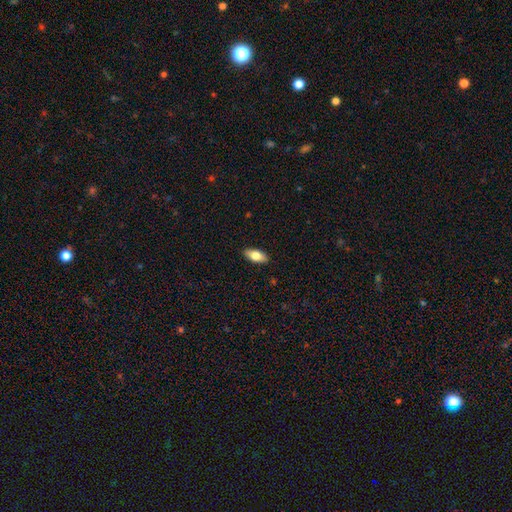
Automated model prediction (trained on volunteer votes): smooth-or-featured: smooth: 75% | featured or disk: 18% | star or artifact: 6%
  how-rounded: in between: 87% | cigar-shaped: 10% | round: 3%
  merging: none: 90% | minor disturbance: 8% | major disturbance: 2% | merger: 1%